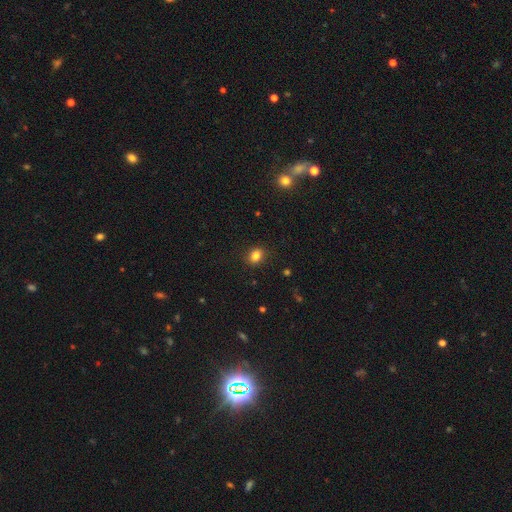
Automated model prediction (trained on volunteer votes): Q: Smooth or featured?
A: smooth (83%); runner-up: star or artifact (11%)
Q: How rounded?
A: round (52%); runner-up: in between (47%)
Q: Merging?
A: none (87%); runner-up: minor disturbance (9%)